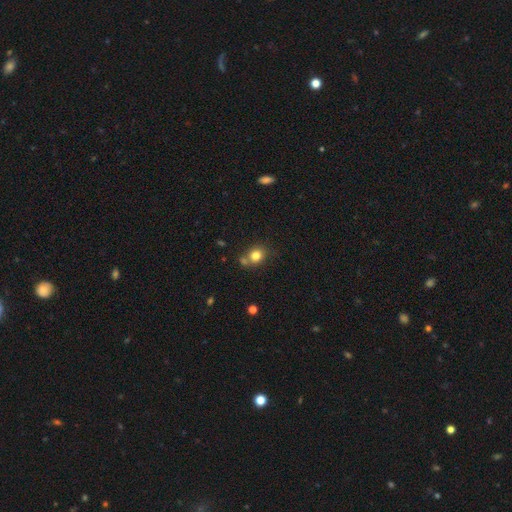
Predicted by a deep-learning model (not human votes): Q: Smooth or featured?
A: smooth (80%); runner-up: star or artifact (12%)
Q: How rounded?
A: round (72%); runner-up: in between (27%)
Q: Merging?
A: none (62%); runner-up: merger (19%)